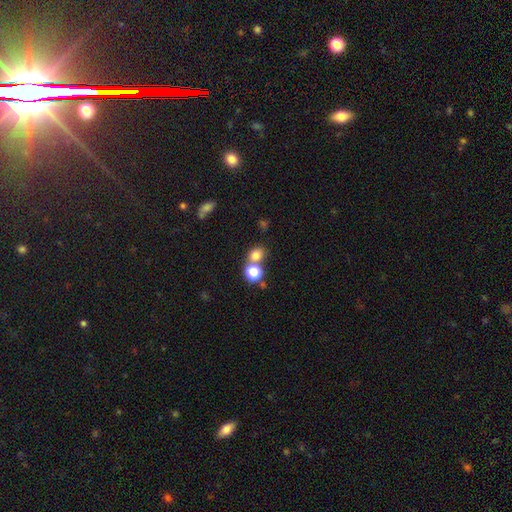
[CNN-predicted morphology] Overall: smooth (76%). How rounded: round (69%; in between 30%). Merging: none (54%; merger 34%).